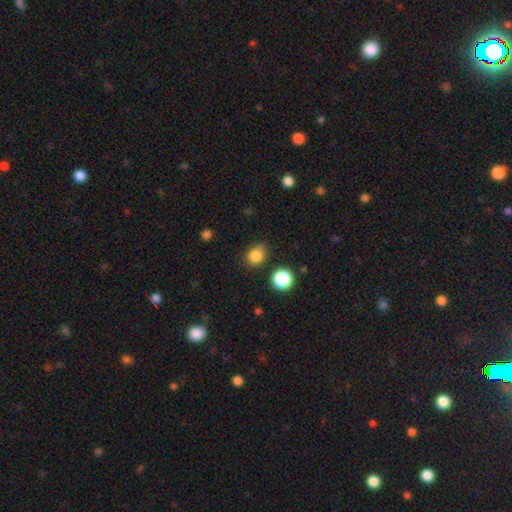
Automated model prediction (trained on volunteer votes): smooth 84%, star or artifact 12%, featured or disk 4%. Down the decision tree: how rounded — round (64%); merging — none (74%).